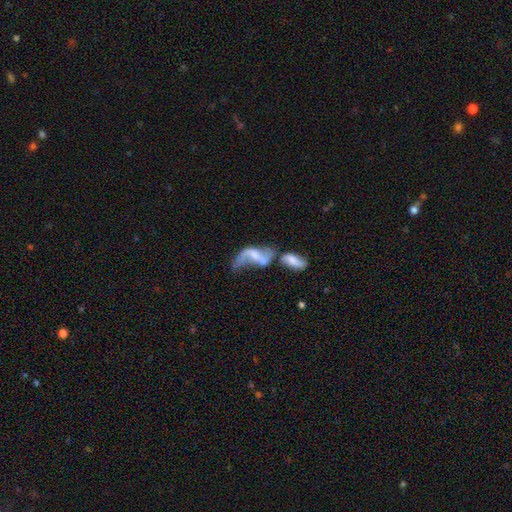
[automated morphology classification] smooth-or-featured: featured or disk: 70% | smooth: 22% | star or artifact: 8%
  disk-edge-on: no: 94% | yes: 6%
    bar: no: 41% | weak: 40% | strong: 19%
    has-spiral-arms: yes: 81% | no: 19%
      spiral-winding: loose: 87% | medium: 10% | tight: 3%
      spiral-arm-count: 2: 79% | 1: 13% | can't tell: 6% | 3: 1% | 4: 1% | more than 4: 1%
    bulge-size: none: 38% | small: 28% | moderate: 25% | large: 7% | dominant: 2%
  merging: merger: 53% | none: 20% | major disturbance: 16% | minor disturbance: 12%